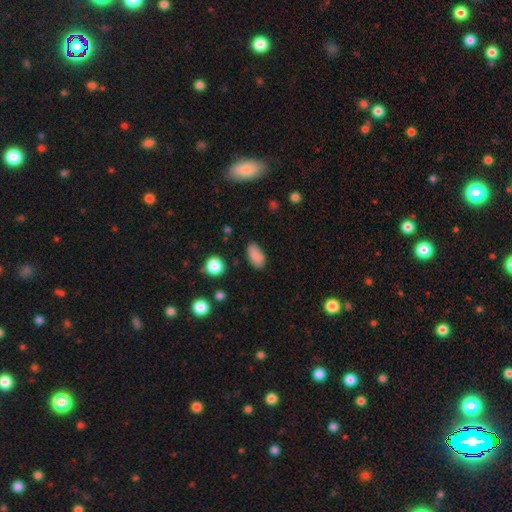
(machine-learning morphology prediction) This is clearly a smooth galaxy (86%). How rounded: clearly in between (91%). Merging: clearly none (83%).